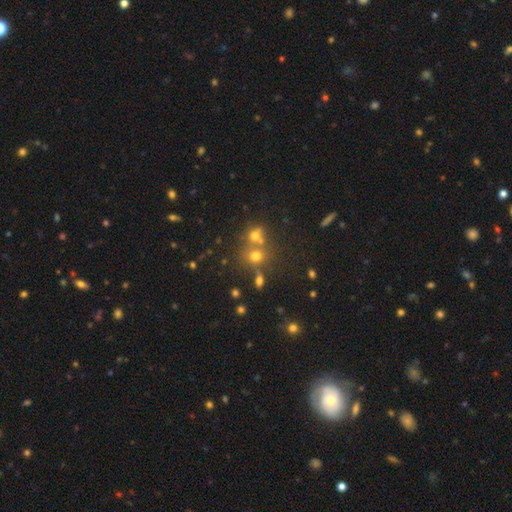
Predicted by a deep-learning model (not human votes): The model was most divided on "merging": none: 50%, merger: 39%, minor disturbance: 8%, major disturbance: 3%. More confident: how rounded — round (81%); smooth or featured — smooth (58%).